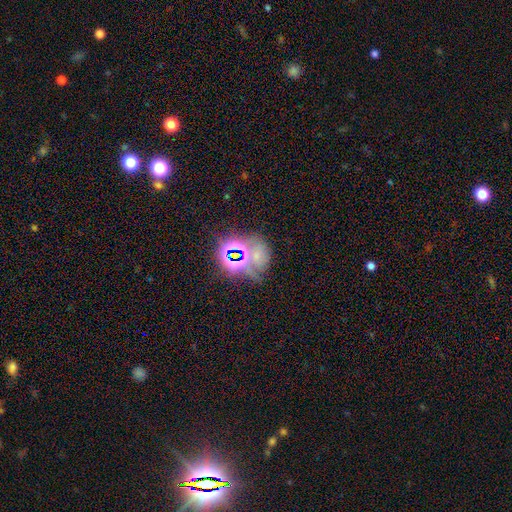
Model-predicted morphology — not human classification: This is possibly a star or artifact rather than a galaxy (55%).